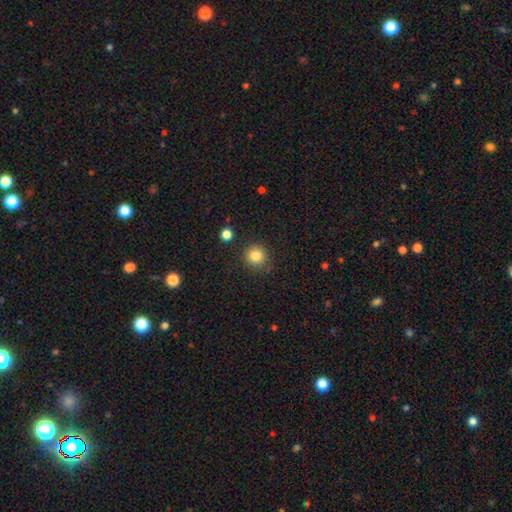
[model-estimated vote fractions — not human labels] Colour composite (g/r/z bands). It shows a smooth galaxy with no disk features (84%) that is round (93%). Merging: none (87%).